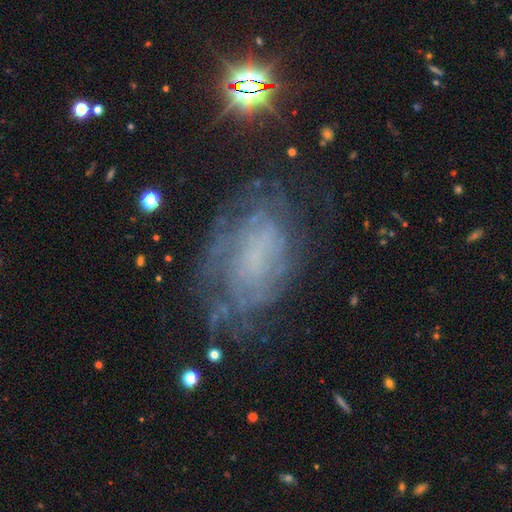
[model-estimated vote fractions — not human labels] Smooth or featured? Predicted: featured or disk (p=0.58). Edge-on disk? Predicted: no (p=0.95). Bar? Predicted: no (p=0.77). Spiral arms? Predicted: yes (p=0.60). Bulge size? Predicted: none (p=0.65). Merging? Predicted: none (p=0.58).